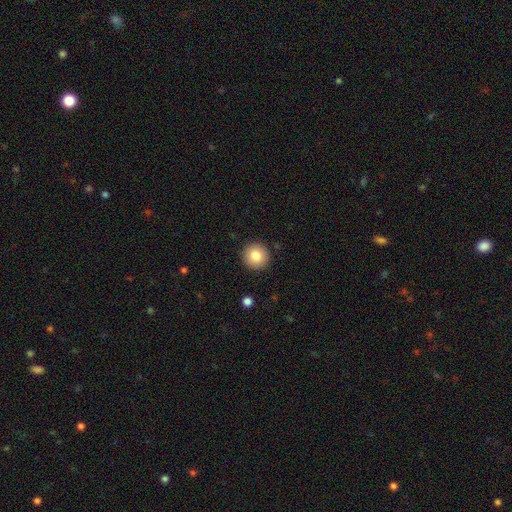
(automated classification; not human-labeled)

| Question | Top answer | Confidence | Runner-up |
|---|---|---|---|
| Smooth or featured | smooth | 82% | star or artifact (9%) |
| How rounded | round | 95% | in between (4%) |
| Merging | none | 92% | minor disturbance (5%) |